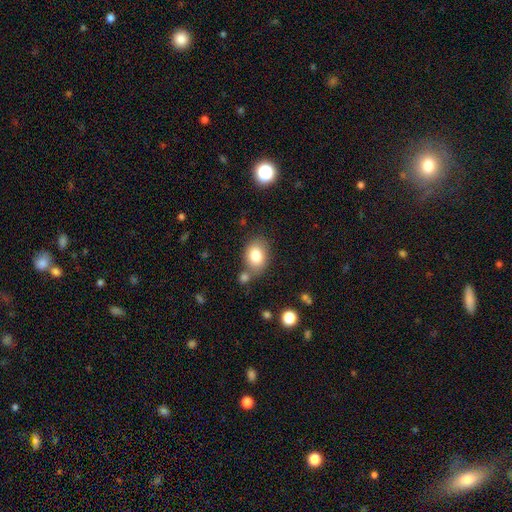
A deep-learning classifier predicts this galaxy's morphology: smooth 80%, featured or disk 11%, star or artifact 9%. Down the decision tree: how rounded — in between (70%); merging — none (66%).